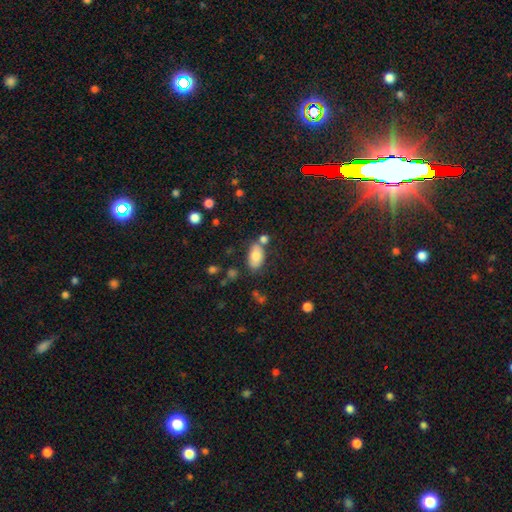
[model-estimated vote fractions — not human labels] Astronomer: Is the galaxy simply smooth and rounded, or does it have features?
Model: smooth — 80%.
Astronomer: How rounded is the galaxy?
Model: in between — 92%.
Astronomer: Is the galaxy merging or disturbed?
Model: none — 67%.